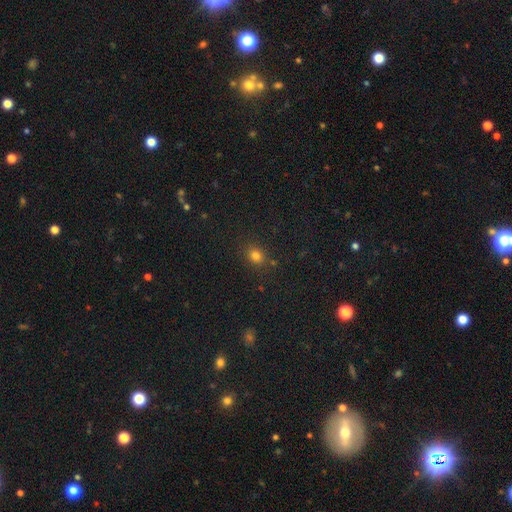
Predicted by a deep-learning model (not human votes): A smooth galaxy with no disk features (78%) that is round (64%).

Vote fractions:
- Smooth or featured? smooth: 78% / star or artifact: 16% / featured or disk: 6%
- How rounded? round: 64% / in between: 35% / cigar-shaped: 1%
- Merging? none: 81% / minor disturbance: 11% / merger: 4% / major disturbance: 4%